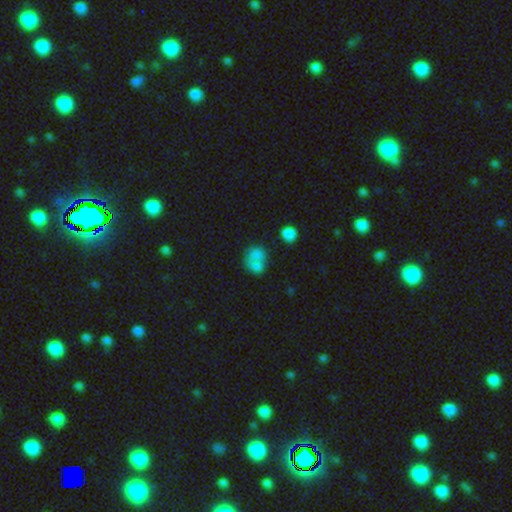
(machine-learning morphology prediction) This appears to be a smooth galaxy with no disk features (74%) that is round (65%). Merging: merger (46%).